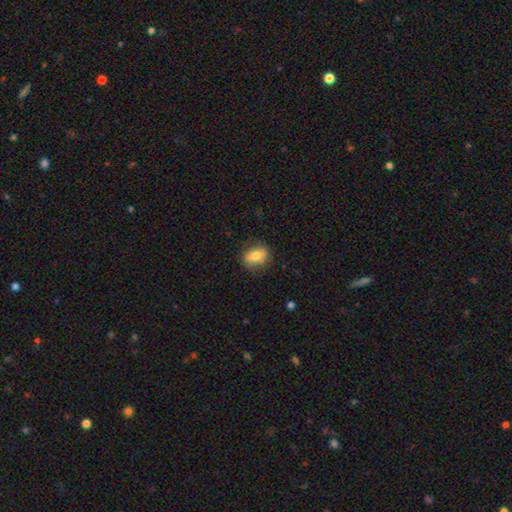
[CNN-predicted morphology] Smooth or featured? Predicted: smooth (p=0.71). How rounded? Predicted: in between (p=0.67). Merging? Predicted: none (p=0.79).